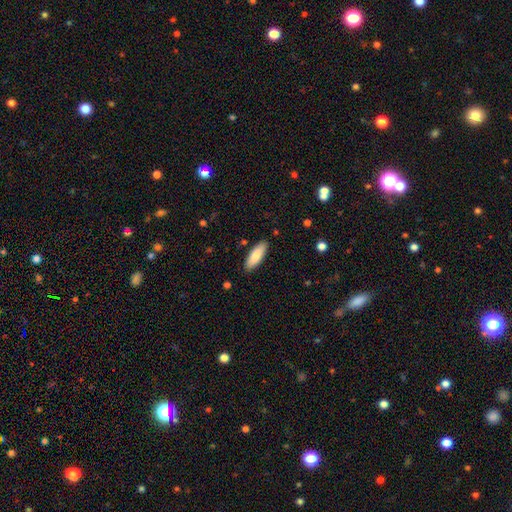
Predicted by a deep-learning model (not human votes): A smooth galaxy with no disk features (83%) that is in between round and cigar-shaped (66%).

Vote fractions:
- Smooth or featured? smooth: 83% / featured or disk: 12% / star or artifact: 6%
- How rounded? in between: 66% / cigar-shaped: 32% / round: 2%
- Merging? none: 88% / minor disturbance: 9% / major disturbance: 2% / merger: 1%